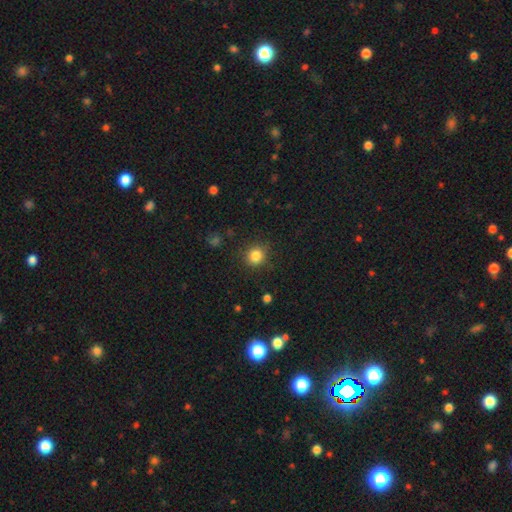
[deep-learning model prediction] Morphology: type=smooth (83%); roundness=round (89%); merging=none (87%).